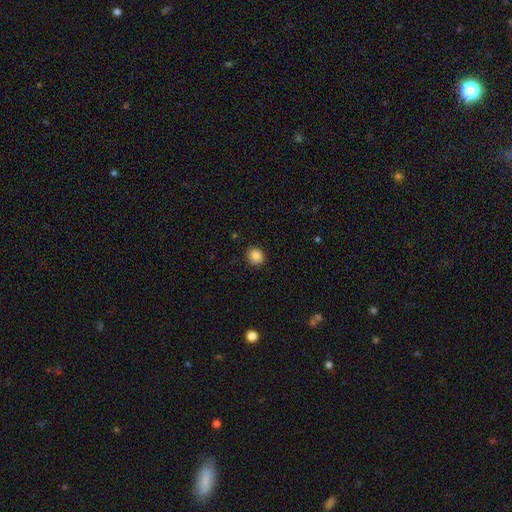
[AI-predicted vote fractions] The model was most divided on "how rounded": round: 85%, in between: 14%, cigar-shaped: 1%. More confident: merging — none (90%); smooth or featured — smooth (86%).